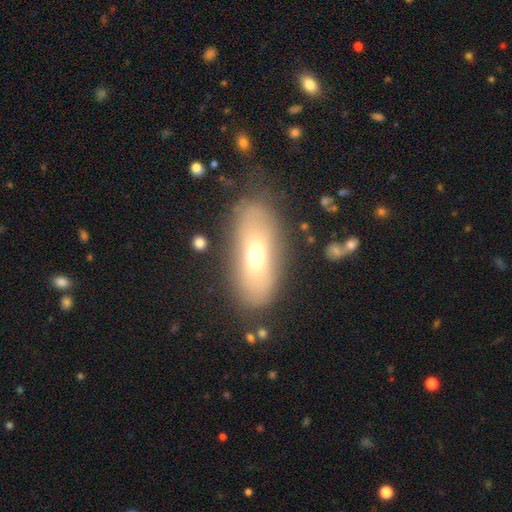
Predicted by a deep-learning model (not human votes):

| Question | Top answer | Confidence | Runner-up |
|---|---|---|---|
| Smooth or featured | smooth | 62% | featured or disk (29%) |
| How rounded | in between | 79% | cigar-shaped (17%) |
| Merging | none | 72% | minor disturbance (17%) |